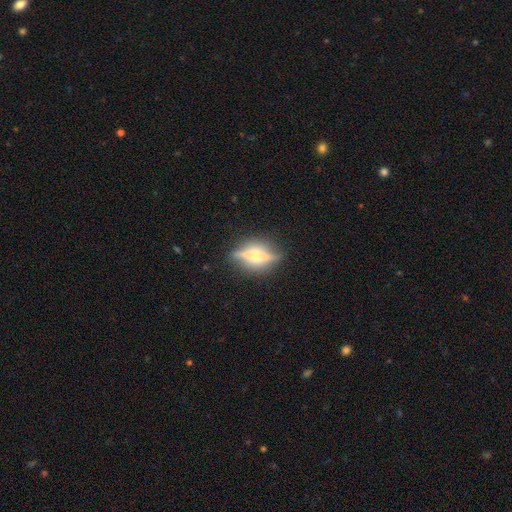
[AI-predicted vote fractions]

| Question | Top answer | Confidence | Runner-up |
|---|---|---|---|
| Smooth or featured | featured or disk | 71% | smooth (21%) |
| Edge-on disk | yes | 85% | no (15%) |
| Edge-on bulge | rounded | 91% | boxy (6%) |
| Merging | none | 79% | minor disturbance (14%) |